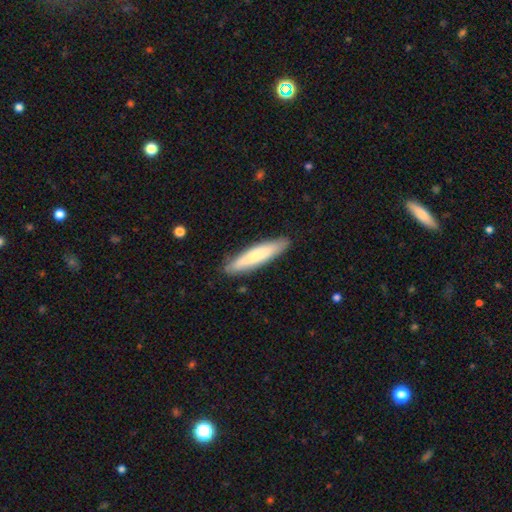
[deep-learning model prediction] A smooth galaxy with no disk features (72%) that is cigar-shaped (87%).

Vote fractions:
- Smooth or featured? smooth: 72% / featured or disk: 23% / star or artifact: 5%
- How rounded? cigar-shaped: 87% / in between: 12% / round: 1%
- Merging? none: 86% / minor disturbance: 11% / major disturbance: 2% / merger: 1%